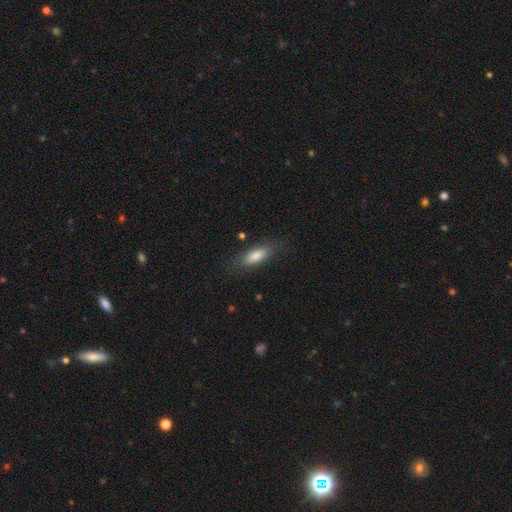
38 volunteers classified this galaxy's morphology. This is likely a smooth galaxy (76%). How rounded: likely in between (72%). Merging: clearly none (82%).